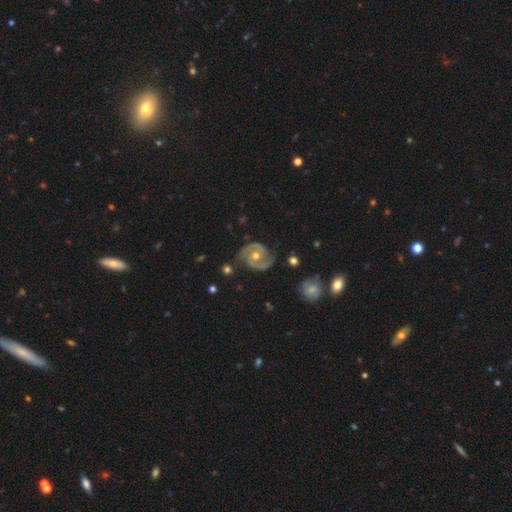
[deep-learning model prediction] Q: Smooth or featured?
A: featured or disk (89%); runner-up: smooth (6%)
Q: Edge-on disk?
A: no (98%); runner-up: yes (2%)
Q: Bar?
A: no (64%); runner-up: weak (26%)
Q: Spiral arms?
A: yes (96%); runner-up: no (4%)
Q: Spiral winding?
A: medium (49%); runner-up: tight (41%)
Q: Spiral arm count?
A: 2 (93%); runner-up: can't tell (2%)
Q: Bulge size?
A: moderate (78%); runner-up: small (16%)
Q: Merging?
A: none (80%); runner-up: minor disturbance (14%)